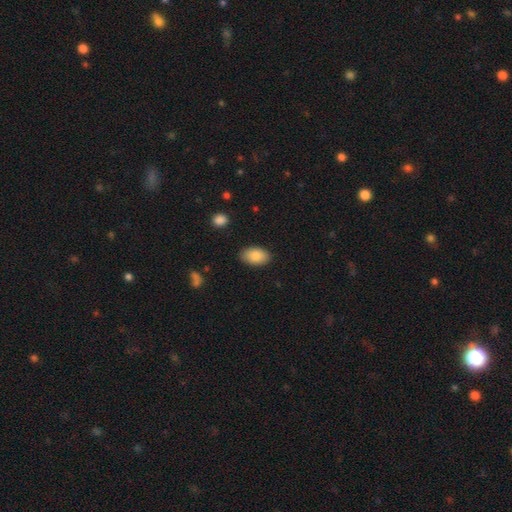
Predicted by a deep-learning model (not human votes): This is clearly a smooth galaxy (88%). How rounded: clearly in between (93%). Merging: clearly none (86%).